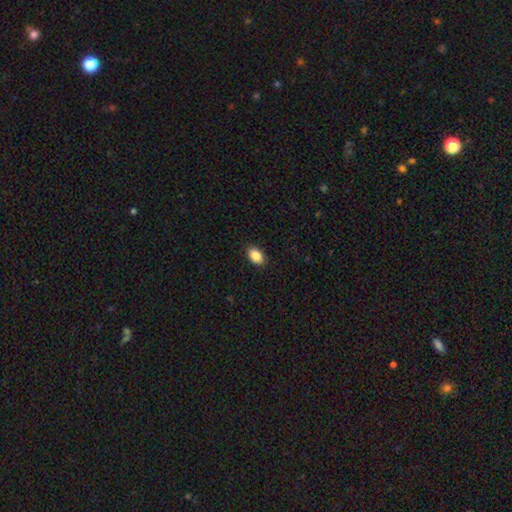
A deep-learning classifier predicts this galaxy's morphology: A smooth galaxy with no disk features (89%) that is in between round and cigar-shaped (88%).

Vote fractions:
- Smooth or featured? smooth: 89% / star or artifact: 8% / featured or disk: 4%
- How rounded? in between: 88% / round: 11% / cigar-shaped: 1%
- Merging? none: 88% / minor disturbance: 9% / major disturbance: 2% / merger: 1%